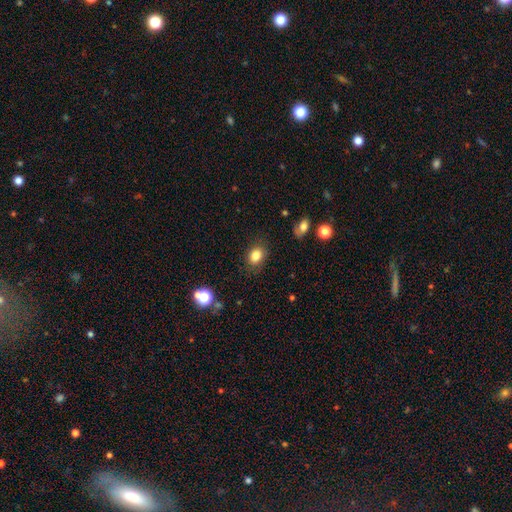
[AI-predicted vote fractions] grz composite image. It shows a smooth galaxy with no disk features (83%) that is in between round and cigar-shaped (59%). Merging: none (83%).